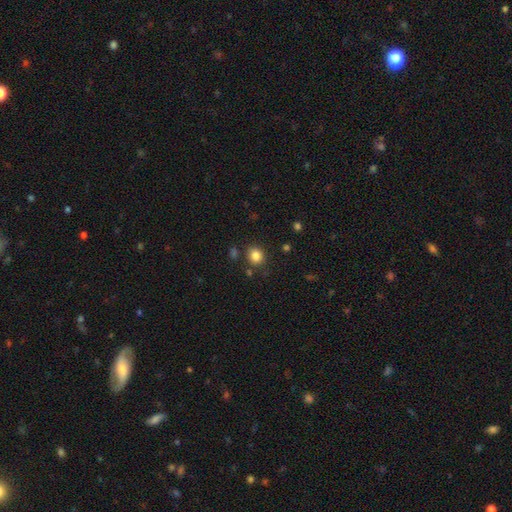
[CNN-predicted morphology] Smooth or featured? Predicted: smooth (p=0.84). How rounded? Predicted: round (p=0.72). Merging? Predicted: none (p=0.83).